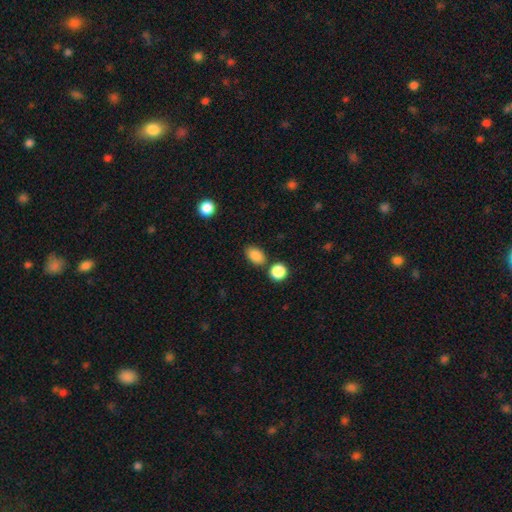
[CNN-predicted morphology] smooth 87%, star or artifact 9%, featured or disk 5%. Down the decision tree: how rounded — in between (83%); merging — none (75%).